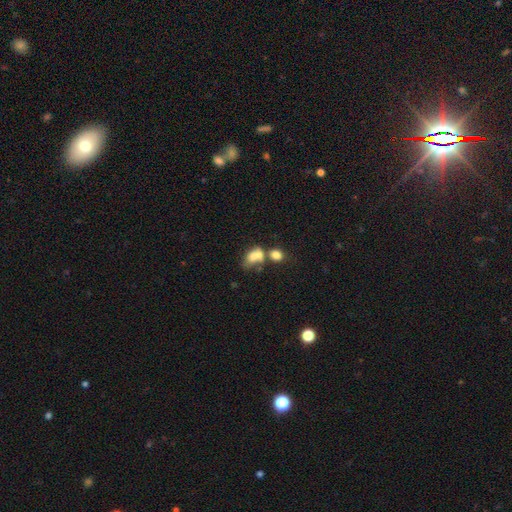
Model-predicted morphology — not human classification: Smooth or featured? Predicted: smooth (p=0.71). How rounded? Predicted: in between (p=0.79). Merging? Predicted: merger (p=0.56).